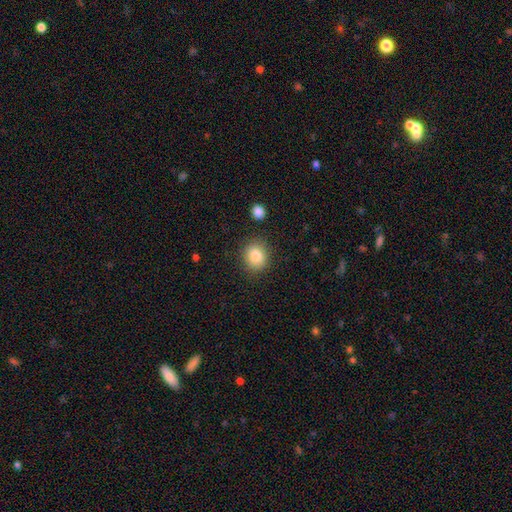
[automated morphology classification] type=smooth (85%); roundness=round (72%); merging=none (85%).